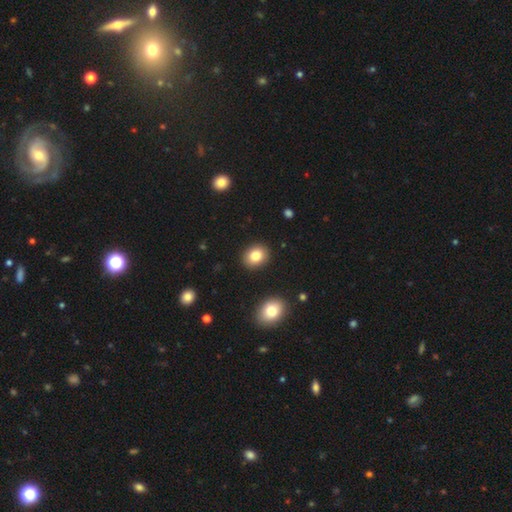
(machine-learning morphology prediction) Smooth or featured?
  - smooth: 82% *
  - star or artifact: 10%
  - featured or disk: 8%
How rounded?
  - in between: 50% *
  - round: 49%
  - cigar-shaped: 1%
Merging?
  - none: 90% *
  - minor disturbance: 7%
  - major disturbance: 2%
  - merger: 2%